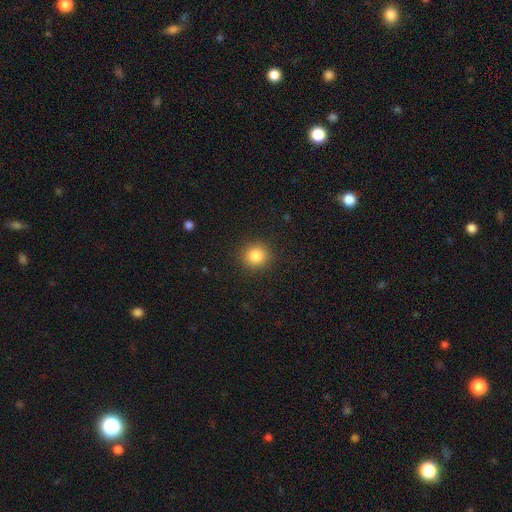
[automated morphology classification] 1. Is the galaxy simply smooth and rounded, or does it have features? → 84% smooth, 11% star or artifact, 5% featured or disk.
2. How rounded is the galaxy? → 91% round, 8% in between, 1% cigar-shaped.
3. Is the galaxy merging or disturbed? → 91% none, 6% minor disturbance, 2% major disturbance, 1% merger.